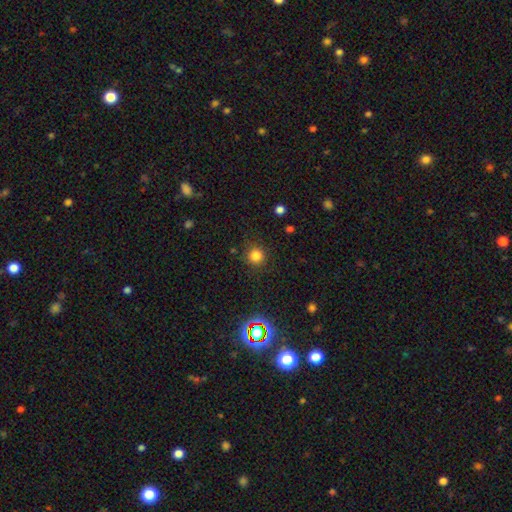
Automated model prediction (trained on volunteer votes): Smooth or featured: smooth — 80% (star or artifact — 16%)
How rounded: round — 93% (in between — 6%)
Merging: none — 86% (minor disturbance — 9%)